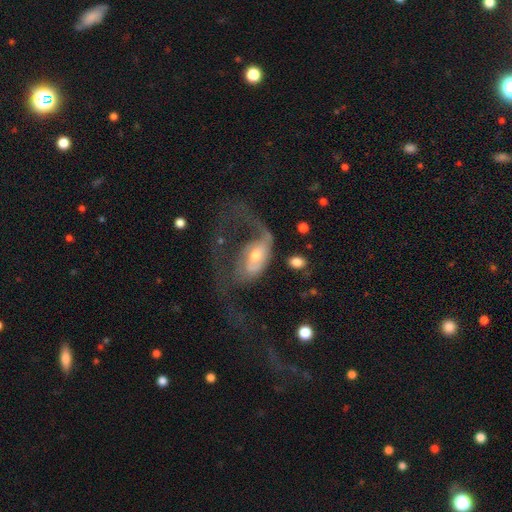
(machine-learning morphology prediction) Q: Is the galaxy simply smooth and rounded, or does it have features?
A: featured or disk — 66%.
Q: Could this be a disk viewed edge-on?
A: no — 94%.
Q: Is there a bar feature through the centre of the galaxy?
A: no — 61%.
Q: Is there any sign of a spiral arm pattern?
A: yes — 72%.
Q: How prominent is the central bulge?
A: moderate — 54%.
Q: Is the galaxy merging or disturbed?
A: major disturbance — 63%.